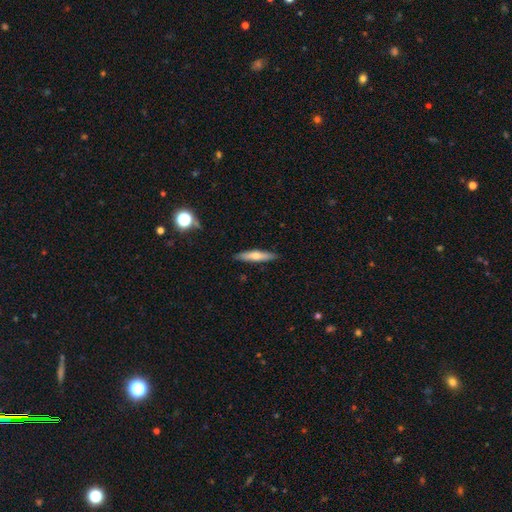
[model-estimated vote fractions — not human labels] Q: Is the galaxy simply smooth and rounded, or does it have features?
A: smooth — 54%.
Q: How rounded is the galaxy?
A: cigar-shaped — 87%.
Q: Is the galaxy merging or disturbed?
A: none — 89%.